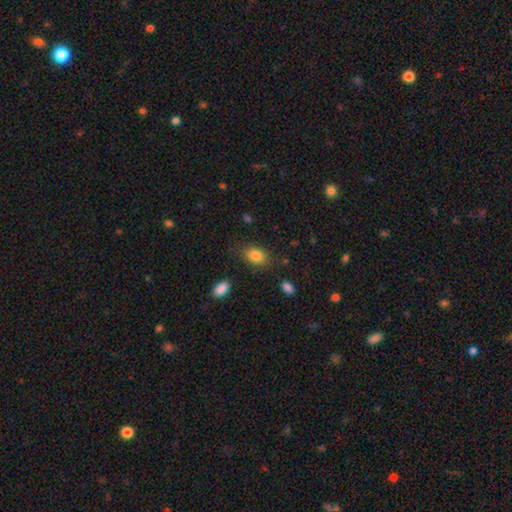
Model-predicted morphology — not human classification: A smooth galaxy with no disk features (84%) that is in between round and cigar-shaped (81%). Merging: none (79%).